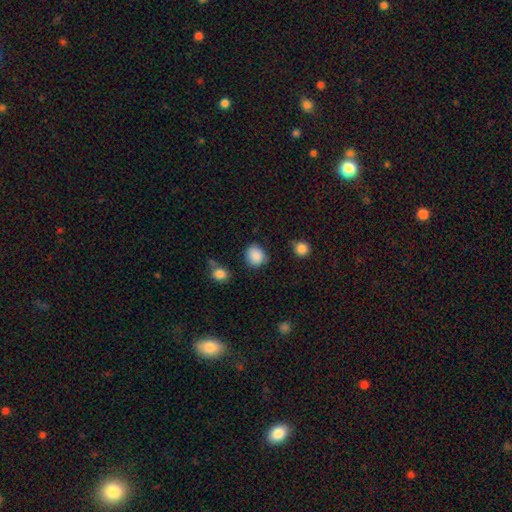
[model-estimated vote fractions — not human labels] Smooth or featured? smooth (87%)
How rounded? round (74%)
Merging? none (74%)